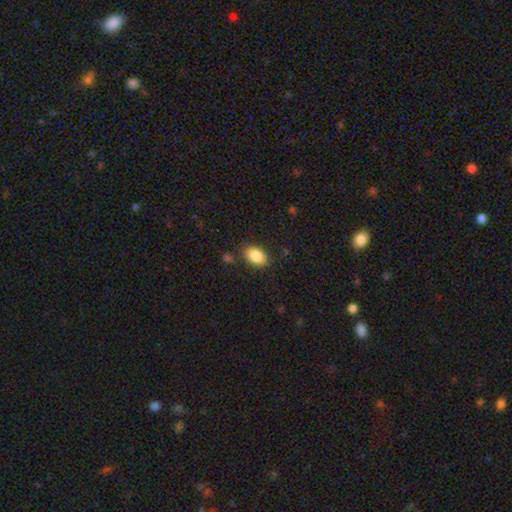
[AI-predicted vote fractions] A smooth galaxy with no disk features (87%) that is in between round and cigar-shaped (88%). Merging: none (82%).